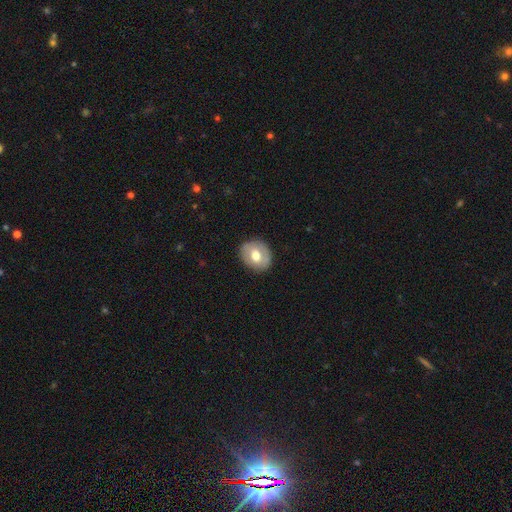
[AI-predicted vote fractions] smooth_or_featured: smooth (p=0.61) [alt: featured or disk p=0.32]
how_rounded: round (p=0.60) [alt: in between p=0.39]
merging: none (p=0.85) [alt: minor disturbance p=0.12]